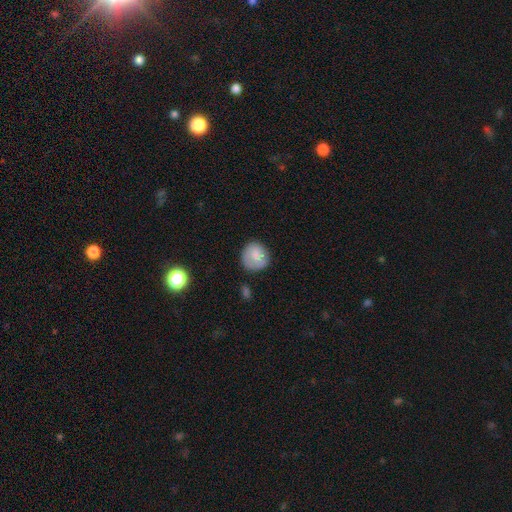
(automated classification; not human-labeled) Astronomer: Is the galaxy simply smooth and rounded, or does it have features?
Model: smooth — 82%.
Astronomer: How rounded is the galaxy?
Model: round — 87%.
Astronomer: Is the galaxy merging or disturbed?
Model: none — 72%.